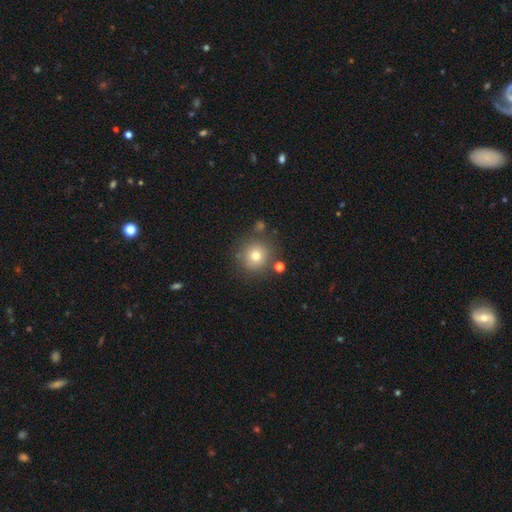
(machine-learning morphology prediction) A smooth galaxy with no disk features (74%) that is round (94%). Merging: none (82%).